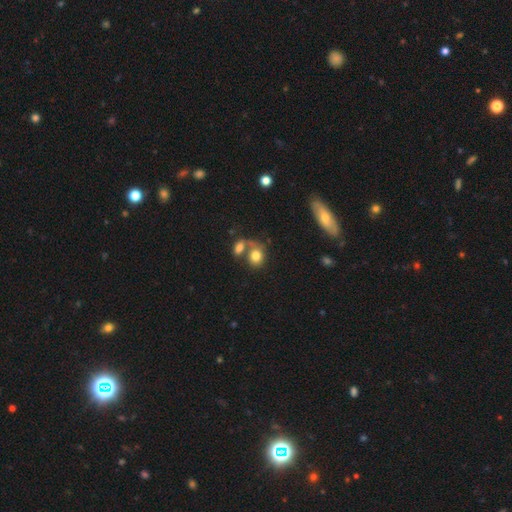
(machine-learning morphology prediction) This appears to be a smooth galaxy with no disk features (77%) that is round (55%). Merging: merger (49%).